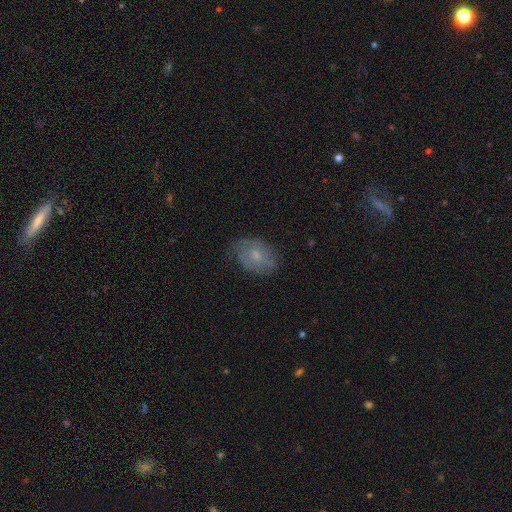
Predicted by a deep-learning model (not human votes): smooth-or-featured: smooth: 56% | featured or disk: 36% | star or artifact: 8%
  how-rounded: in between: 71% | round: 28% | cigar-shaped: 1%
  merging: none: 62% | minor disturbance: 27% | major disturbance: 9% | merger: 1%